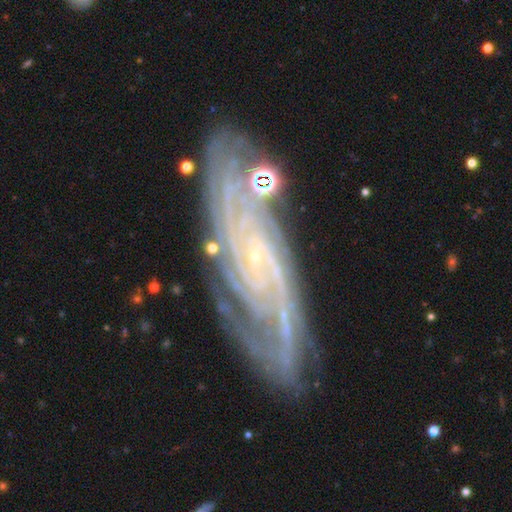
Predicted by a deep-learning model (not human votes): Morphology: type=featured or disk (87%); edge-on=no (89%); bar=no (61%); spiral arms=yes (97%); winding=tight (60%); arm count=2 (31%); bulge=small (83%); merging=none (76%).